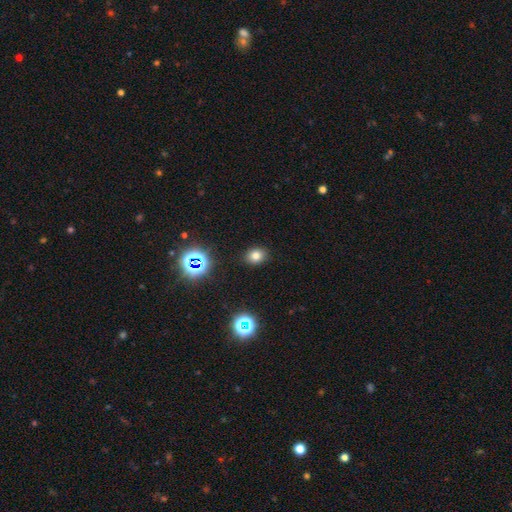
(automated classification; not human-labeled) Smooth or featured: smooth — 74% (star or artifact — 18%)
How rounded: round — 55% (in between — 44%)
Merging: none — 89% (minor disturbance — 8%)